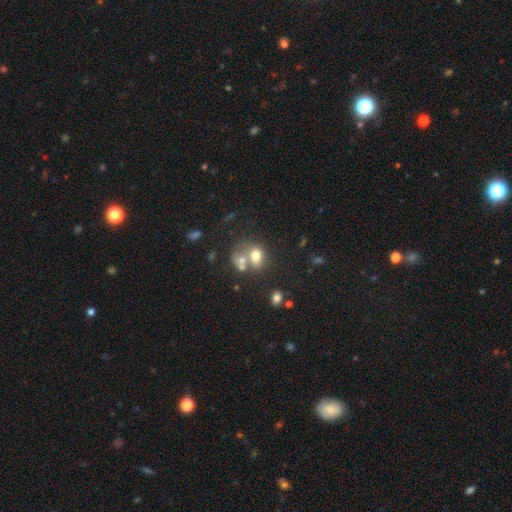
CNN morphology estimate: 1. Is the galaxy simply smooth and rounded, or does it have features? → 68% smooth, 19% featured or disk, 13% star or artifact.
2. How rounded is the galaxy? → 65% in between, 33% round, 2% cigar-shaped.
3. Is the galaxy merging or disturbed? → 49% merger, 32% none, 11% minor disturbance, 7% major disturbance.